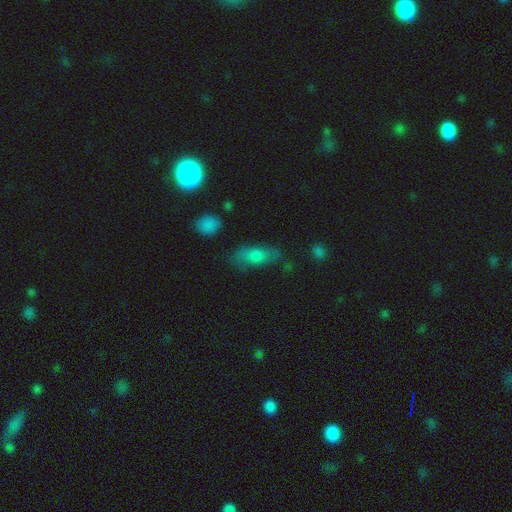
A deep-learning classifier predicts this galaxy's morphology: smooth 68%, featured or disk 22%, star or artifact 10%. Down the decision tree: how rounded — in between (75%); merging — none (67%).